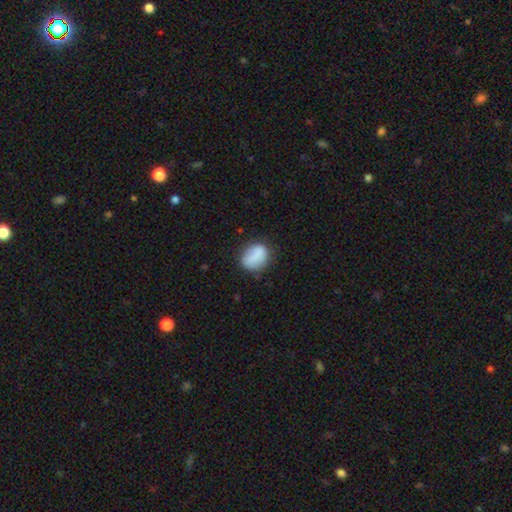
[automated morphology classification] A smooth galaxy with no disk features (83%) that is in between round and cigar-shaped (58%).

Vote fractions:
- Smooth or featured? smooth: 83% / featured or disk: 10% / star or artifact: 8%
- How rounded? in between: 58% / round: 41% / cigar-shaped: 1%
- Merging? none: 67% / minor disturbance: 23% / major disturbance: 7% / merger: 3%